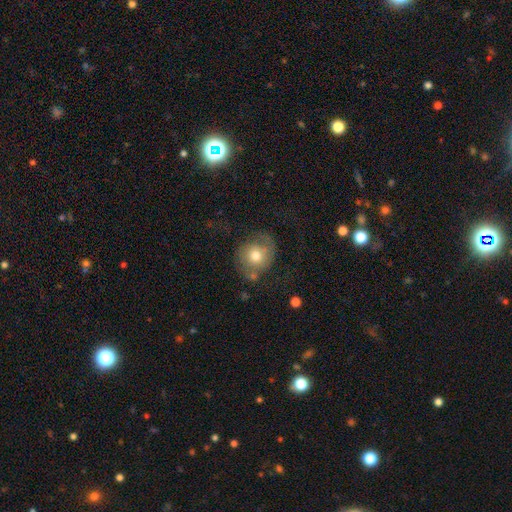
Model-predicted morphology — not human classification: The model was most divided on "smooth or featured": smooth: 55%, featured or disk: 36%, star or artifact: 9%. More confident: how rounded — round (76%); merging — none (54%).